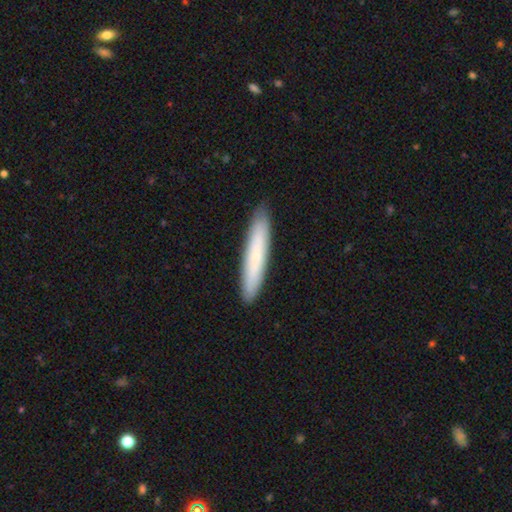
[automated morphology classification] smooth_or_featured: smooth (p=0.69) [alt: featured or disk p=0.25]
how_rounded: cigar-shaped (p=0.93) [alt: in between p=0.06]
merging: none (p=0.90) [alt: minor disturbance p=0.07]